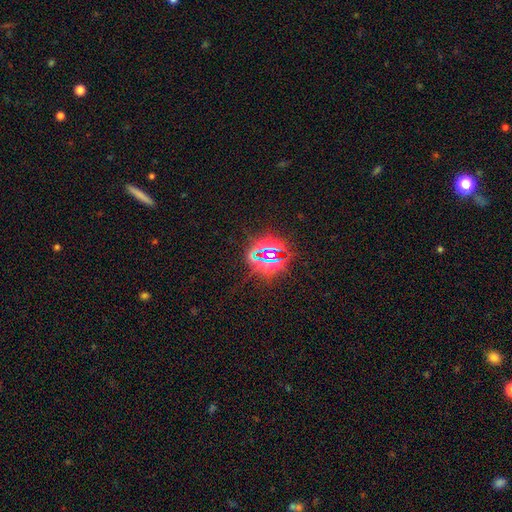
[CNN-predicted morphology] Smooth or featured?
  - star or artifact: 78% *
  - smooth: 13%
  - featured or disk: 9%